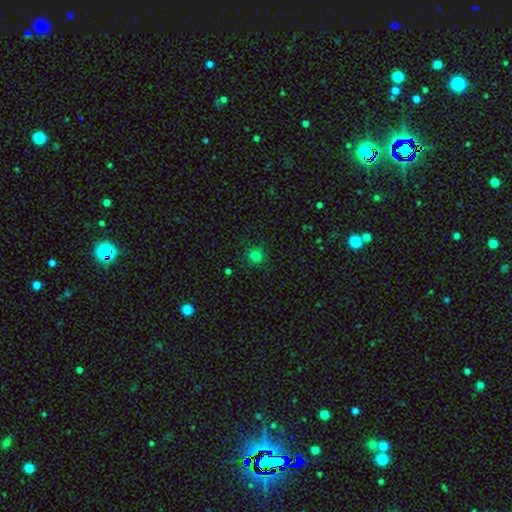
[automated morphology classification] smooth-or-featured: smooth: 78% | star or artifact: 17% | featured or disk: 5%
  how-rounded: round: 87% | in between: 12% | cigar-shaped: 1%
  merging: none: 83% | minor disturbance: 12% | major disturbance: 3% | merger: 2%